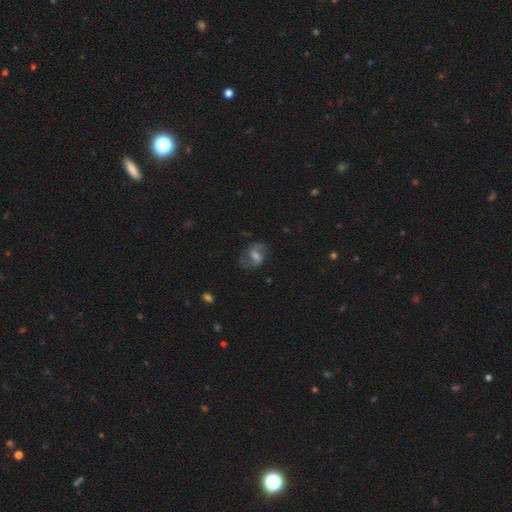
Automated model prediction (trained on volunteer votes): Overall: featured or disk (76%). Edge-on disk: no (97%). Bar: weak (54%; strong 24%). Spiral arms: yes (92%). Spiral arm count: 2 (90%). Spiral winding: medium (47%; loose 41%). Bulge size: moderate (49%; small 35%). Merging: none (75%).